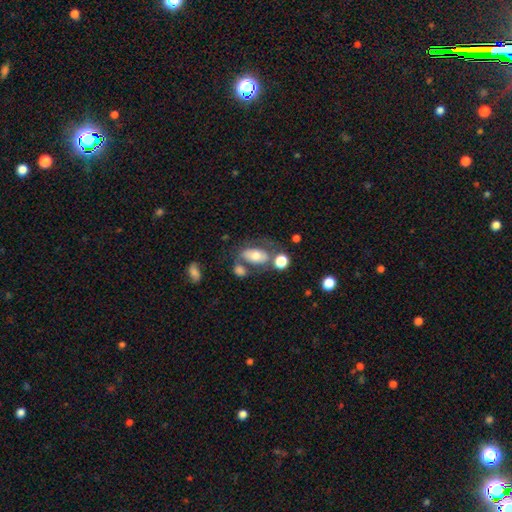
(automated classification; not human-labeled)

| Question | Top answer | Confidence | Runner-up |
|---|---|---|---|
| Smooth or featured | smooth | 62% | featured or disk (29%) |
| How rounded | in between | 87% | round (9%) |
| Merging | none | 46% | merger (22%) |